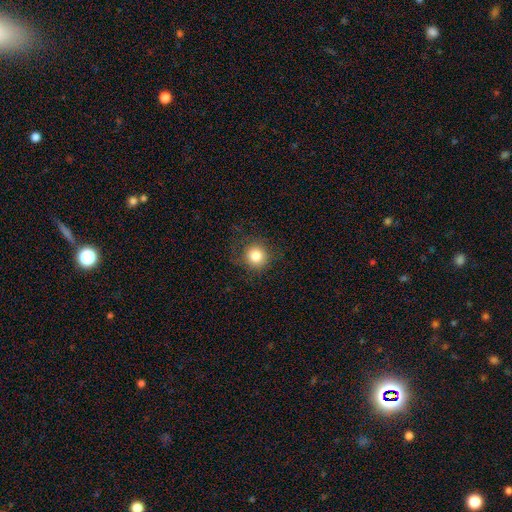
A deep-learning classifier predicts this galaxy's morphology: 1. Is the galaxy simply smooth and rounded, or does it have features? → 82% smooth, 11% star or artifact, 7% featured or disk.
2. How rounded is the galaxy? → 93% round, 6% in between, 1% cigar-shaped.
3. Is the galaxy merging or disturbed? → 82% none, 12% minor disturbance, 5% major disturbance, 1% merger.